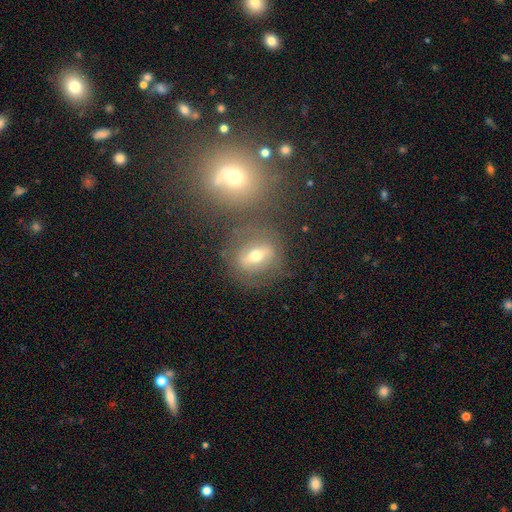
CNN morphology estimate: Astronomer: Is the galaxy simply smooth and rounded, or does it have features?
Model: featured or disk — 49% (runner-up: smooth, 38%).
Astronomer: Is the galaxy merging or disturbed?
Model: none — 67%.